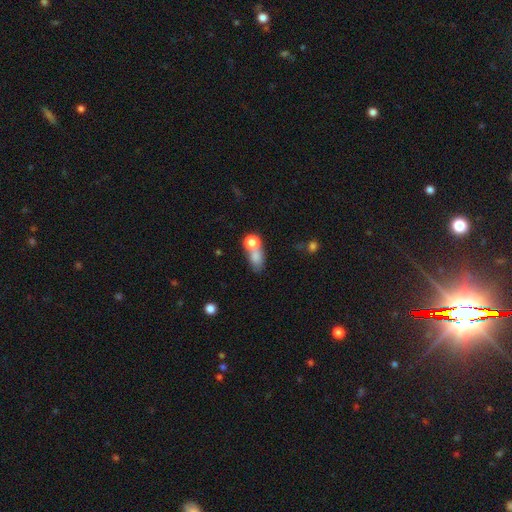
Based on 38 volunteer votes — This appears to be a smooth galaxy with no disk features (79%) that is in between round and cigar-shaped (73%). Merging: none (49%).